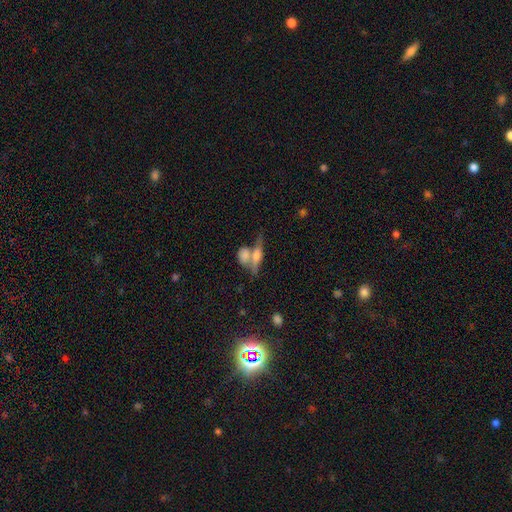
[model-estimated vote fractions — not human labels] The model was most divided on "merging": merger: 46%, none: 39%, minor disturbance: 10%, major disturbance: 6%. Remaining: smooth or featured — smooth (49%).